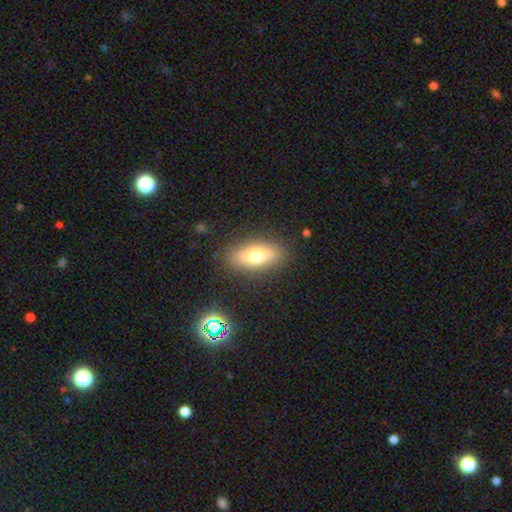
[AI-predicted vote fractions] Smooth or featured? smooth (68%)
How rounded? in between (79%)
Merging? none (86%)